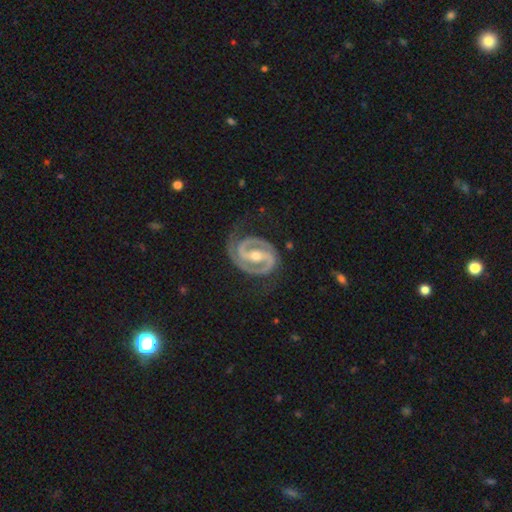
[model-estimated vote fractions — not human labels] A featured or disk galaxy (94%) with a strong bar (56%), 2 (92%) tight (57%) spiral arms (98%) and a moderate central bulge (65%). Merging: none (75%).